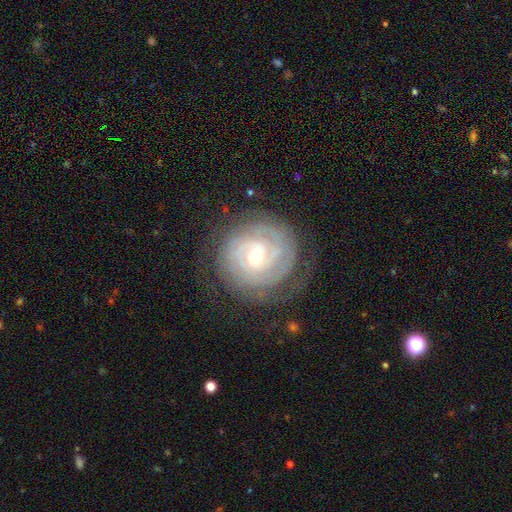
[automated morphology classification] This is clearly a featured or disk galaxy (86%). It is clearly not viewed edge-on (98%). Bar: possibly no (51%). Spiral arm pattern: clearly yes (97%). Spiral arm count: marginally 2 (30%). Spiral winding: clearly tight (83%). Central bulge: possibly small (53%). Merging: likely none (77%).